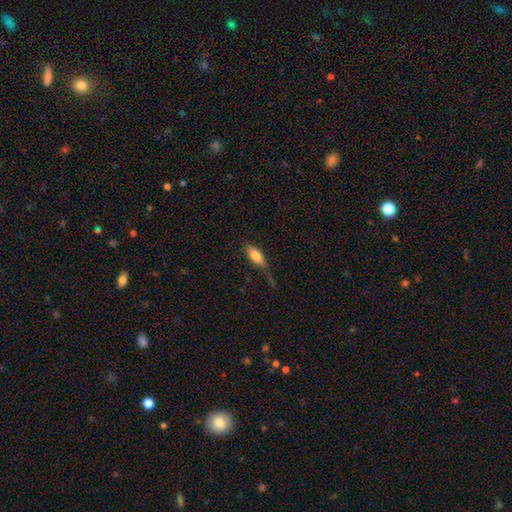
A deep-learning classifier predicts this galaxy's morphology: type=smooth (74%); roundness=in between (66%); merging=none (55%).